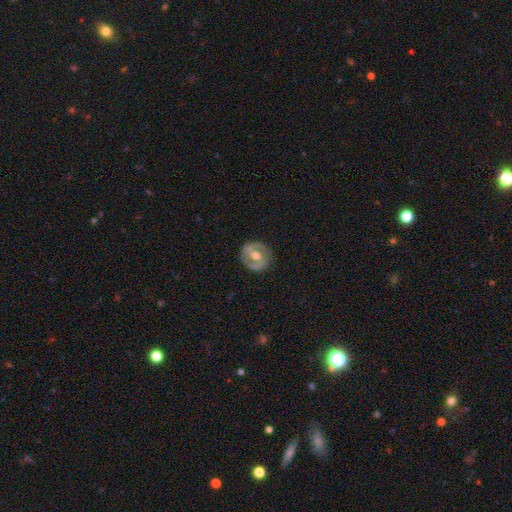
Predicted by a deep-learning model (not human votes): Smooth or featured?
  - featured or disk: 65% *
  - smooth: 29%
  - star or artifact: 6%
Edge-on disk?
  - no: 95% *
  - yes: 5%
Bar?
  - weak: 40% *
  - no: 33%
  - strong: 26%
Spiral arms?
  - no: 53% *
  - yes: 47%
Bulge size?
  - moderate: 79% *
  - small: 11%
  - large: 8%
  - none: 1%
  - dominant: 1%
Merging?
  - none: 85% *
  - minor disturbance: 10%
  - major disturbance: 3%
  - merger: 1%